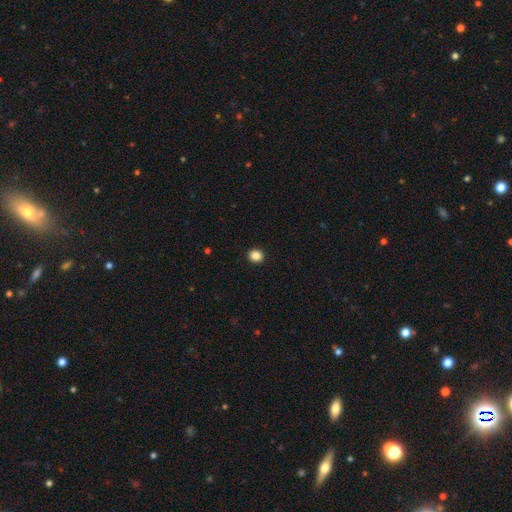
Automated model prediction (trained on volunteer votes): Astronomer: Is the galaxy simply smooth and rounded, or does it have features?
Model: smooth — 87%.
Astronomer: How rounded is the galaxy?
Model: round — 84%.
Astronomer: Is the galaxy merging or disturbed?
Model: none — 93%.